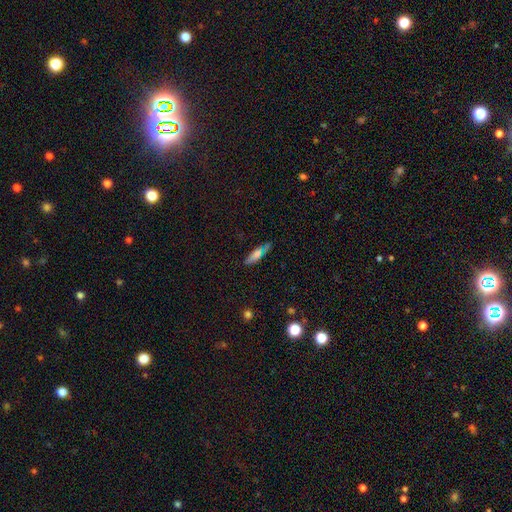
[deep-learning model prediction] Q: Smooth or featured?
A: smooth (61%); runner-up: featured or disk (26%)
Q: How rounded?
A: cigar-shaped (60%); runner-up: in between (37%)
Q: Merging?
A: none (73%); runner-up: minor disturbance (17%)